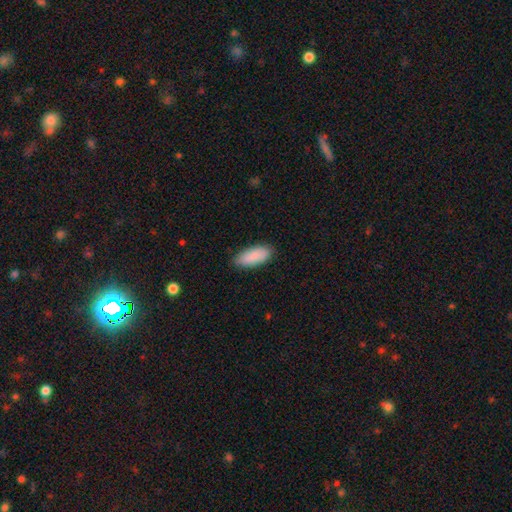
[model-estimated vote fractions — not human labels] Morphology: type=smooth (90%); roundness=in between (85%); merging=none (85%).